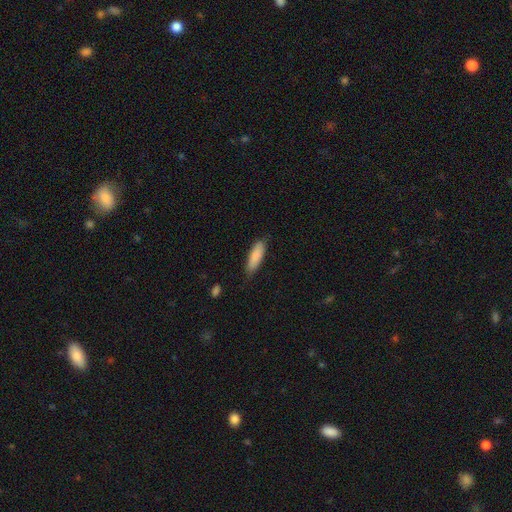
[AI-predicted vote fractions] Smooth or featured? smooth (86%)
How rounded? in between (49%, tied with cigar-shaped)
Merging? none (78%)